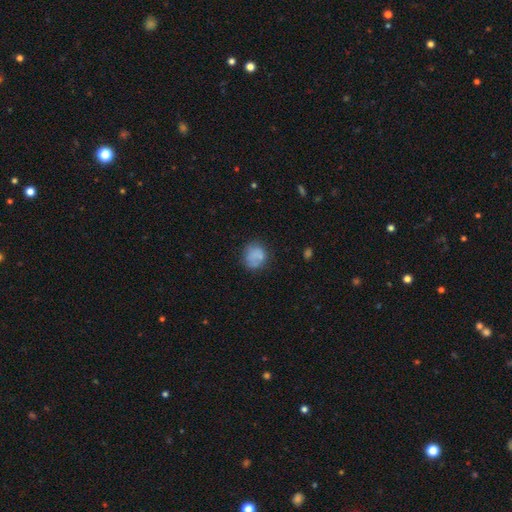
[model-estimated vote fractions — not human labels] smooth_or_featured: smooth (p=0.71) [alt: featured or disk p=0.19]
how_rounded: round (p=0.78) [alt: in between p=0.21]
merging: none (p=0.59) [alt: minor disturbance p=0.22]